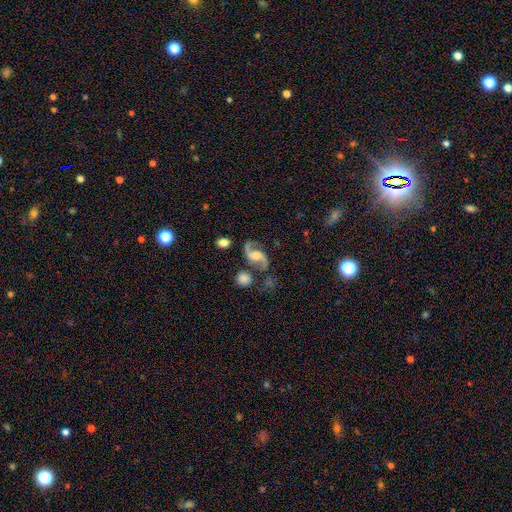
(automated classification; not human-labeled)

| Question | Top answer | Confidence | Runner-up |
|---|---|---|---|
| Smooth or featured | featured or disk | 88% | smooth (7%) |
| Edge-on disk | no | 97% | yes (3%) |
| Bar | no | 43% | weak (40%) |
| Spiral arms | yes | 97% | no (3%) |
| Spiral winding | loose | 60% | medium (34%) |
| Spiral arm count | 2 | 93% | 1 (2%) |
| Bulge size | moderate | 52% | small (27%) |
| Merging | none | 68% | minor disturbance (15%) |